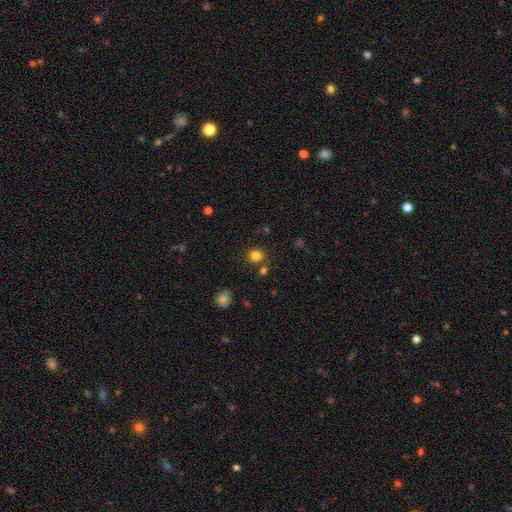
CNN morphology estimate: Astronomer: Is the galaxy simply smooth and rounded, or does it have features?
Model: smooth — 82%.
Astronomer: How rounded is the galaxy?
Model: round — 82%.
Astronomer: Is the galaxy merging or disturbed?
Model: none — 83%.